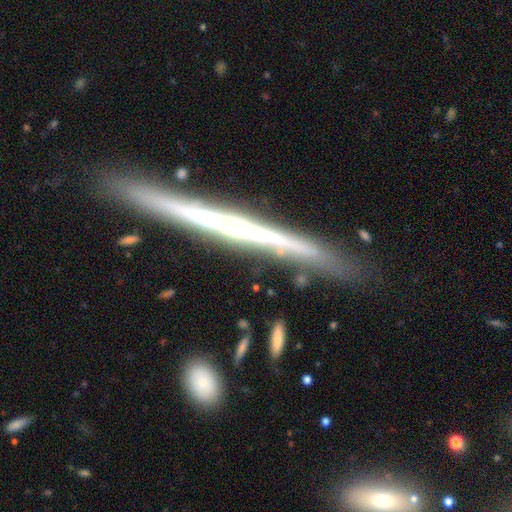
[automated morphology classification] smooth-or-featured: featured or disk: 77% | smooth: 17% | star or artifact: 6%
  disk-edge-on: yes: 97% | no: 3%
    edge-on-bulge: none: 53% | rounded: 34% | boxy: 13%
  merging: none: 84% | minor disturbance: 11% | merger: 3% | major disturbance: 2%